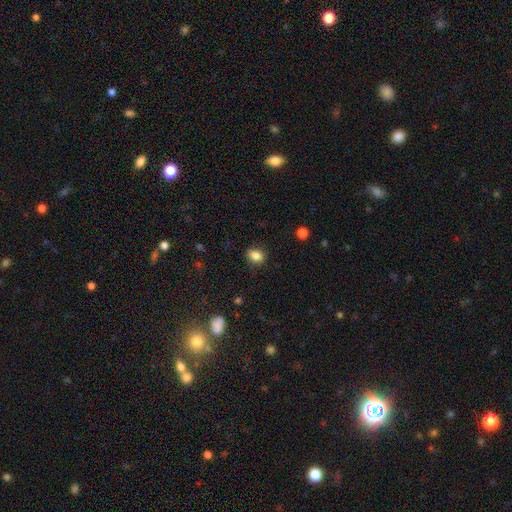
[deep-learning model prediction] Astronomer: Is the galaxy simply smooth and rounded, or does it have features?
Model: smooth — 86%.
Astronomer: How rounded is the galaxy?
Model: in between — 55% (runner-up: round, 44%).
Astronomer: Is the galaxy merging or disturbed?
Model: none — 82%.